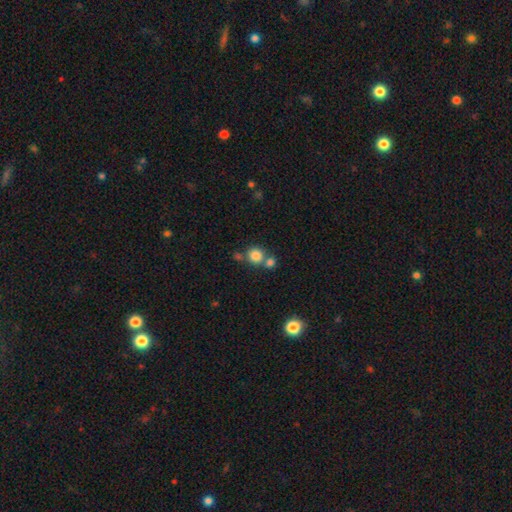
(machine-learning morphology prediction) A smooth galaxy with no disk features (82%) that is round (89%). Merging: none (56%).